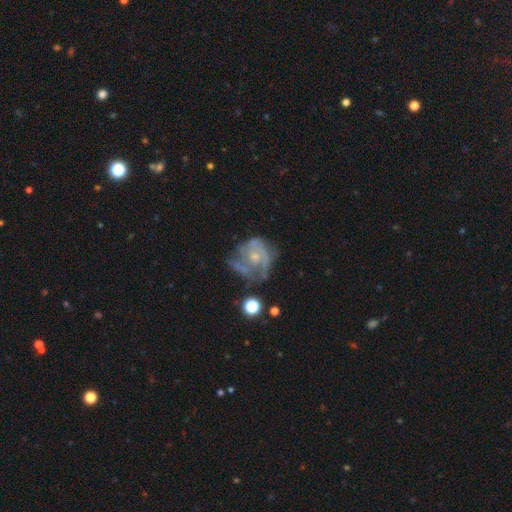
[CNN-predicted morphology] This is likely a featured or disk galaxy (74%). It is clearly not viewed edge-on (98%). Bar: likely no (76%). Spiral arm pattern: likely yes (76%). Spiral arm count: marginally can't tell (34%). Spiral winding: possibly tight (46%). Central bulge: possibly small (54%). Merging: marginally none (40%).